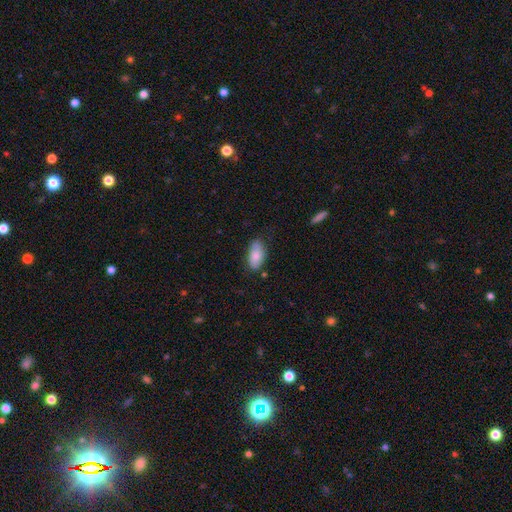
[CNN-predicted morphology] A smooth galaxy with no disk features (81%) that is in between round and cigar-shaped (92%). Merging: none (73%).